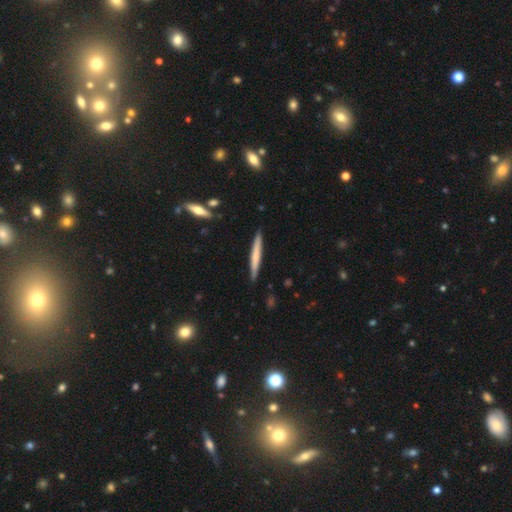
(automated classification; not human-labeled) A smooth galaxy with no disk features (59%) that is cigar-shaped (96%).

Vote fractions:
- Smooth or featured? smooth: 59% / featured or disk: 36% / star or artifact: 5%
- How rounded? cigar-shaped: 96% / in between: 3% / round: 1%
- Merging? none: 89% / minor disturbance: 8% / merger: 1% / major disturbance: 1%